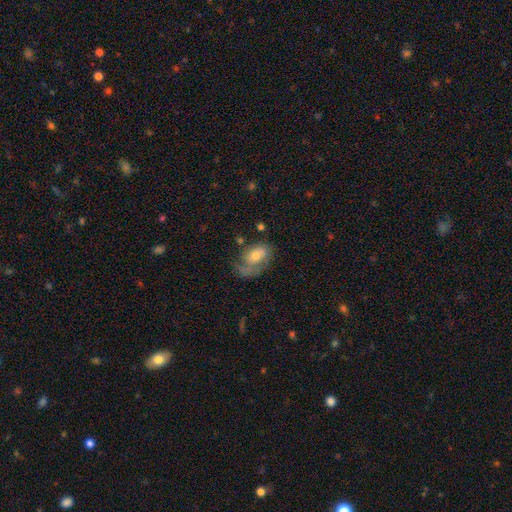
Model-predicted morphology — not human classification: featured or disk 47%, smooth 44%, star or artifact 8%. Down the decision tree: merging — none (38%).